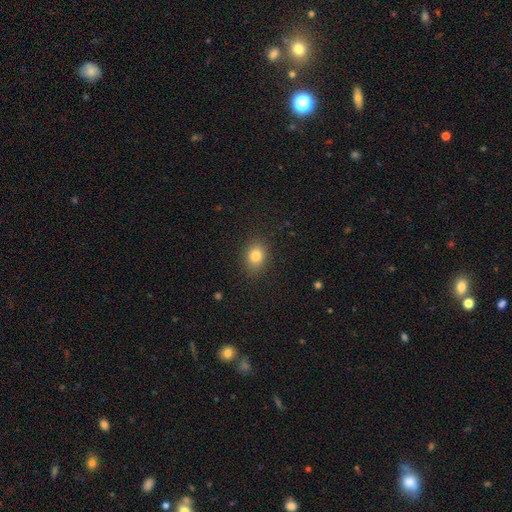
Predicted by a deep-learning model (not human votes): smooth-or-featured: smooth: 82% | star or artifact: 11% | featured or disk: 7%
  how-rounded: in between: 53% | round: 46% | cigar-shaped: 1%
  merging: none: 87% | minor disturbance: 9% | major disturbance: 3% | merger: 1%